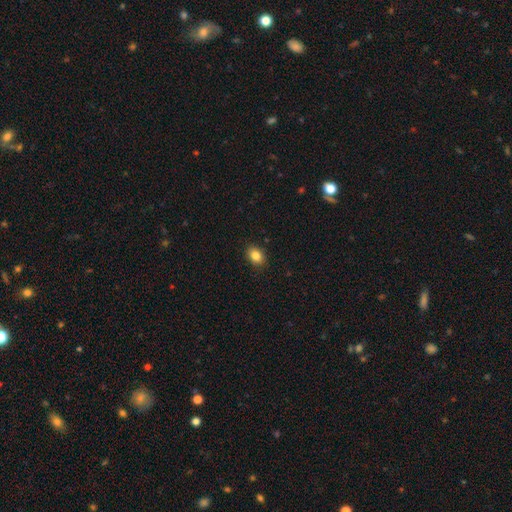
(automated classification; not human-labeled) Smooth or featured? Predicted: smooth (p=0.85). How rounded? Predicted: in between (p=0.68). Merging? Predicted: none (p=0.88).